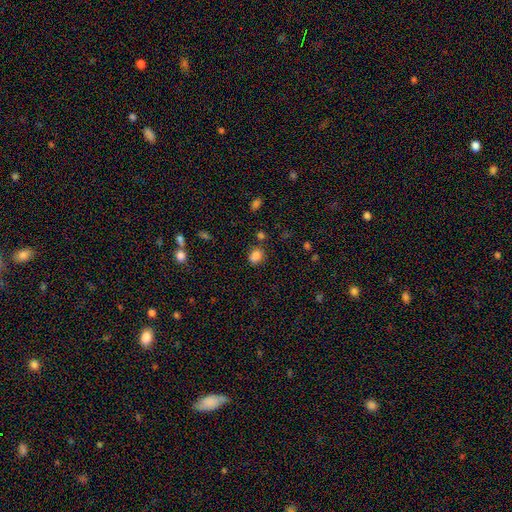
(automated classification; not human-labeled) This is clearly a smooth galaxy (84%). How rounded: possibly in between (54%). Merging: likely none (71%).